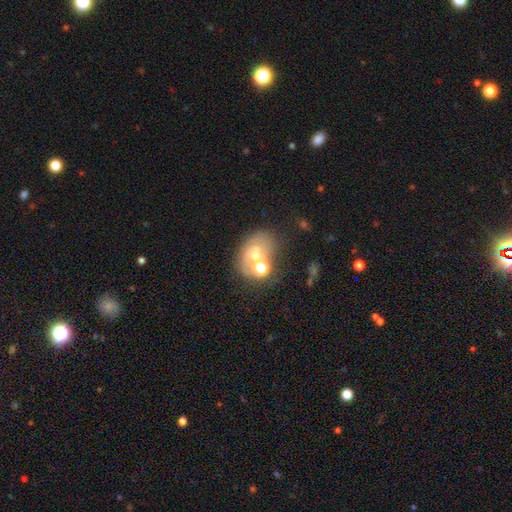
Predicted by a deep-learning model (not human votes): Smooth or featured? Predicted: smooth (p=0.43). Merging? Predicted: none (p=0.39).